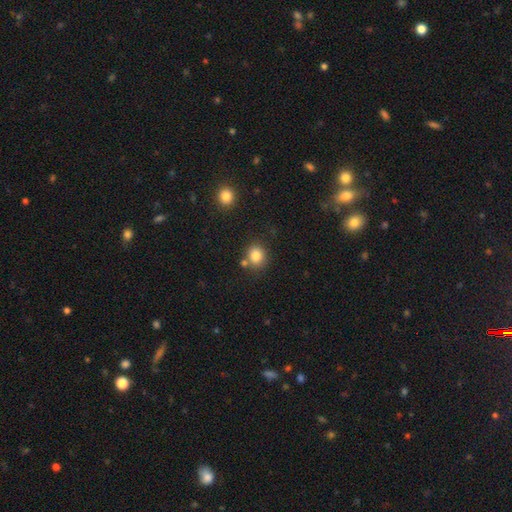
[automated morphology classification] Smooth or featured? smooth (83%)
How rounded? round (76%)
Merging? none (73%)